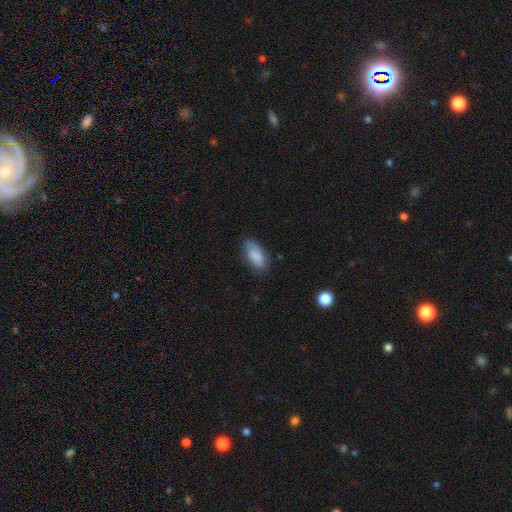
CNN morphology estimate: The model was most divided on "merging": none: 73%, minor disturbance: 21%, major disturbance: 4%, merger: 1%. More confident: how rounded — in between (90%); smooth or featured — smooth (85%).